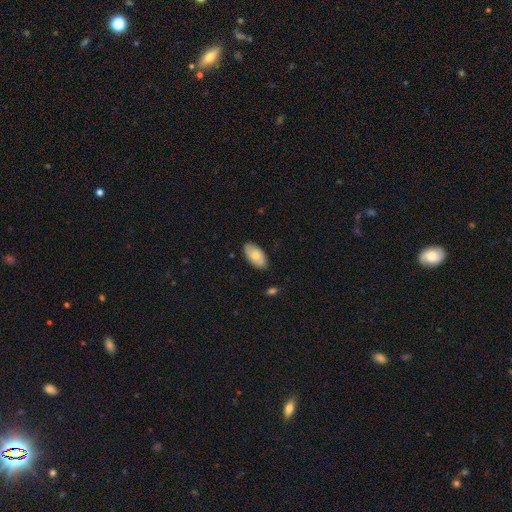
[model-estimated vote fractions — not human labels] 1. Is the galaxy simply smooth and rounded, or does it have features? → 68% smooth, 26% featured or disk, 6% star or artifact.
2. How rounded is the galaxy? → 95% in between, 3% round, 2% cigar-shaped.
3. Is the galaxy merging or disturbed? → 83% none, 13% minor disturbance, 2% major disturbance, 1% merger.